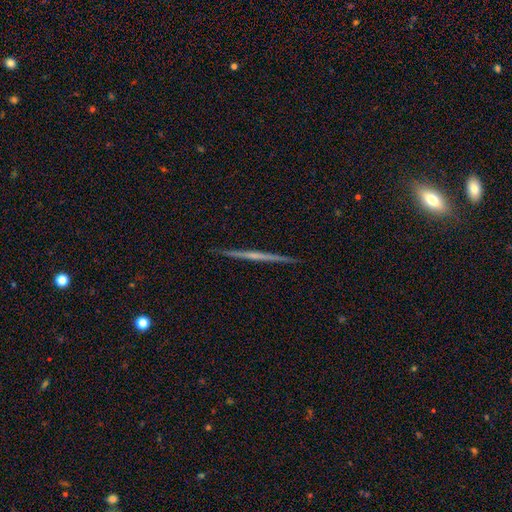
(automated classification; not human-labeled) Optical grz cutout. It shows a featured or disk galaxy (68%) viewed edge-on (98%) with no central bulge (74%). Merging: none (93%).